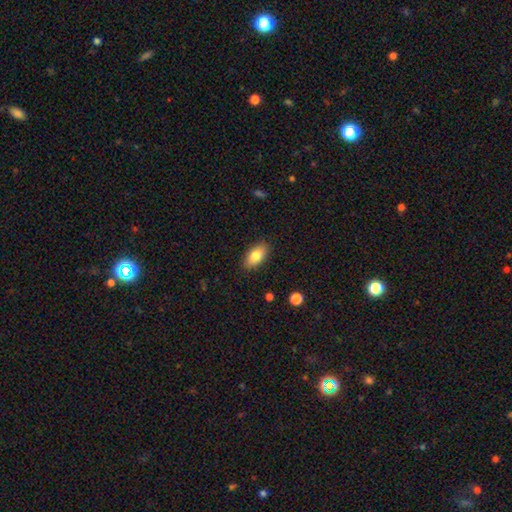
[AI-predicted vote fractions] smooth_or_featured: smooth (p=0.82) [alt: featured or disk p=0.11]
how_rounded: in between (p=0.91) [alt: cigar-shaped p=0.05]
merging: none (p=0.87) [alt: minor disturbance p=0.10]